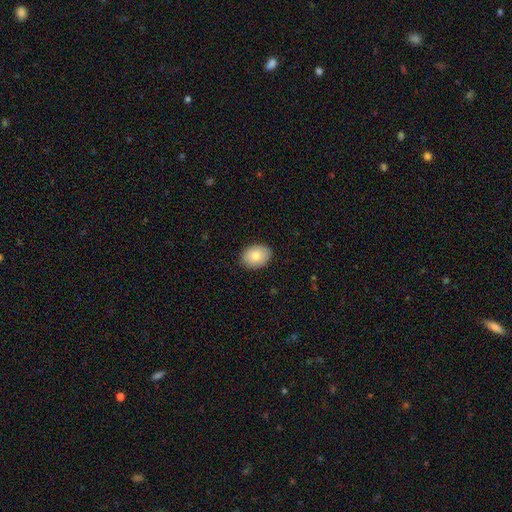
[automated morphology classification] A smooth galaxy with no disk features (81%) that is in between round and cigar-shaped (70%).

Vote fractions:
- Smooth or featured? smooth: 81% / featured or disk: 11% / star or artifact: 7%
- How rounded? in between: 70% / round: 29% / cigar-shaped: 1%
- Merging? none: 88% / minor disturbance: 9% / major disturbance: 2% / merger: 1%